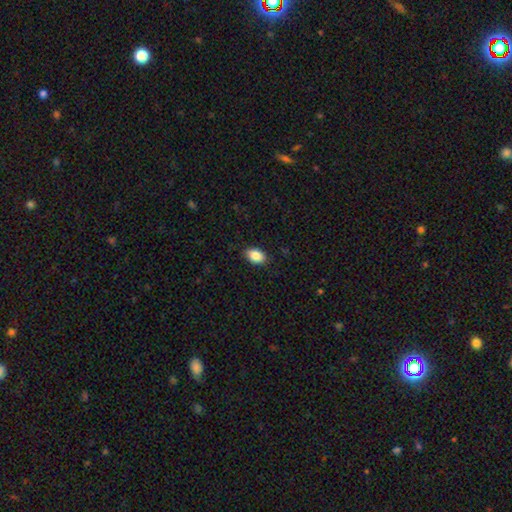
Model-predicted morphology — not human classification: smooth_or_featured: smooth (p=0.87) [alt: star or artifact p=0.08]
how_rounded: in between (p=0.86) [alt: round p=0.13]
merging: none (p=0.87) [alt: minor disturbance p=0.10]